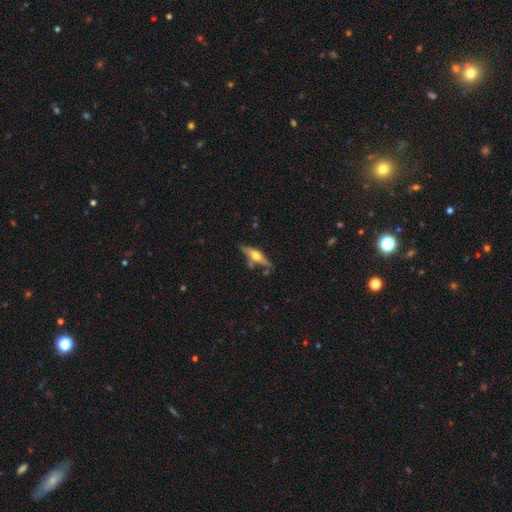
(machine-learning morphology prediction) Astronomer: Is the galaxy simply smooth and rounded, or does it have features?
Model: featured or disk — 60%.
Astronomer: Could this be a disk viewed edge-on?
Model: yes — 92%.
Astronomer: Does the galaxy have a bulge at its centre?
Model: rounded — 93%.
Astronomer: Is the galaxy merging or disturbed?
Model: none — 69%.